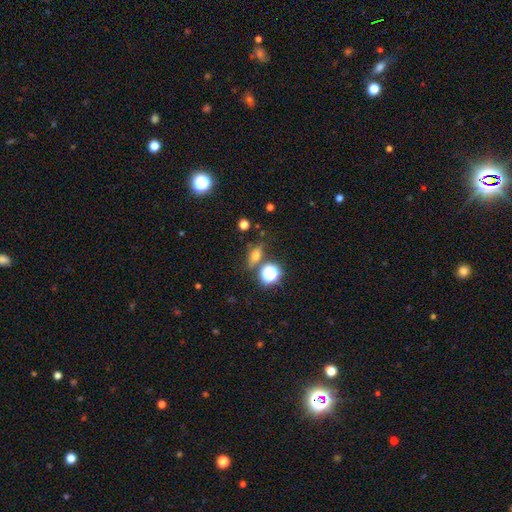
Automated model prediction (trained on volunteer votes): The model was most divided on "how rounded": in between: 55%, round: 31%, cigar-shaped: 14%. More confident: merging — none (73%); smooth or featured — smooth (55%).